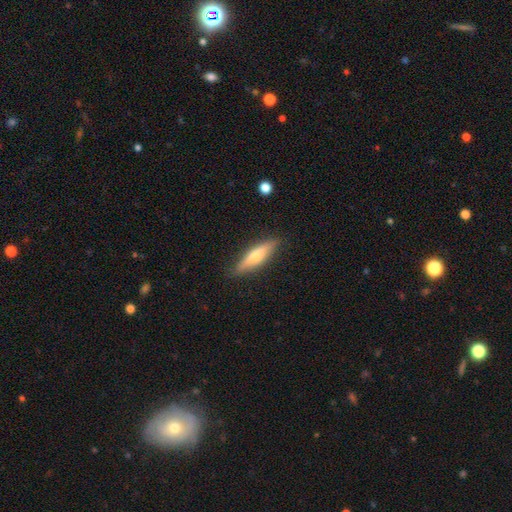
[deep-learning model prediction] Smooth or featured? smooth (47%)
Merging? none (88%)